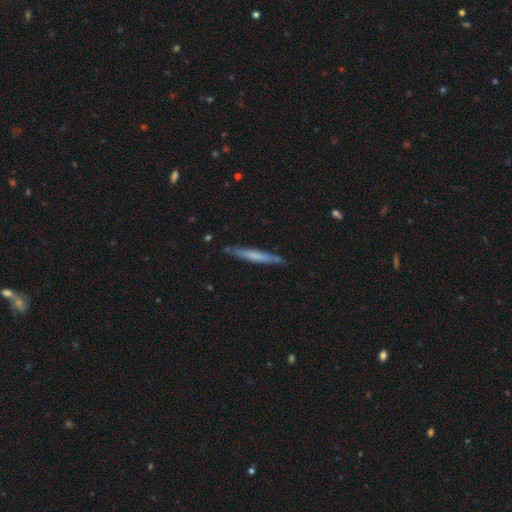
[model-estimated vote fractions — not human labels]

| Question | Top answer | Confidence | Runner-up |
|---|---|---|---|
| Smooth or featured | smooth | 52% | featured or disk (43%) |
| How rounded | cigar-shaped | 96% | in between (3%) |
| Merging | none | 85% | minor disturbance (11%) |